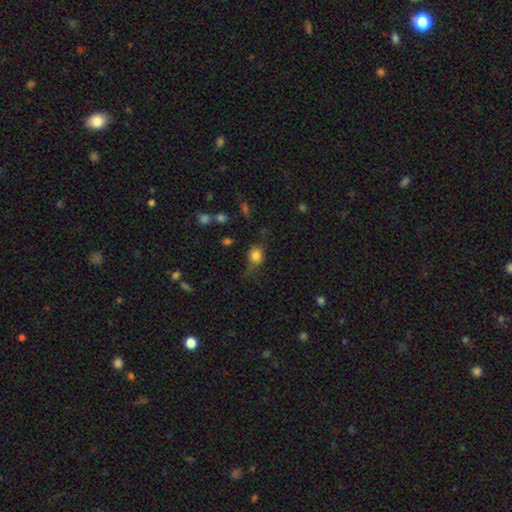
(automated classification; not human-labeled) Smooth or featured? smooth (81%)
How rounded? round (69%)
Merging? none (53%)